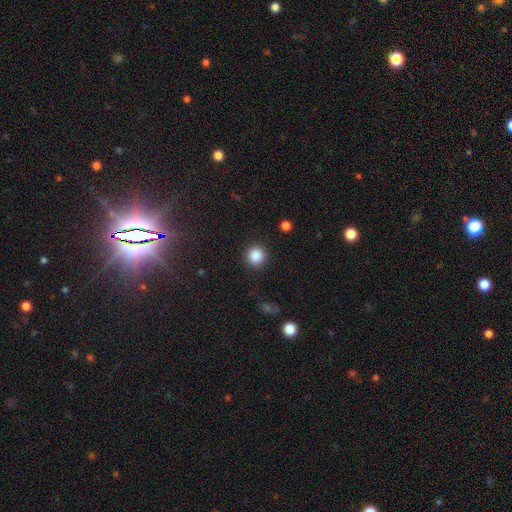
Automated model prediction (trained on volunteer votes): Morphology: type=smooth (87%); roundness=round (93%); merging=none (90%).